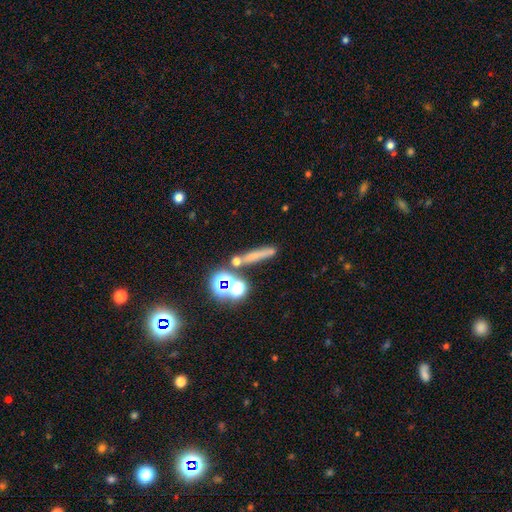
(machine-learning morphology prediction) Q: Smooth or featured?
A: smooth (56%); runner-up: star or artifact (26%)
Q: How rounded?
A: cigar-shaped (74%); runner-up: round (15%)
Q: Merging?
A: none (70%); runner-up: merger (13%)